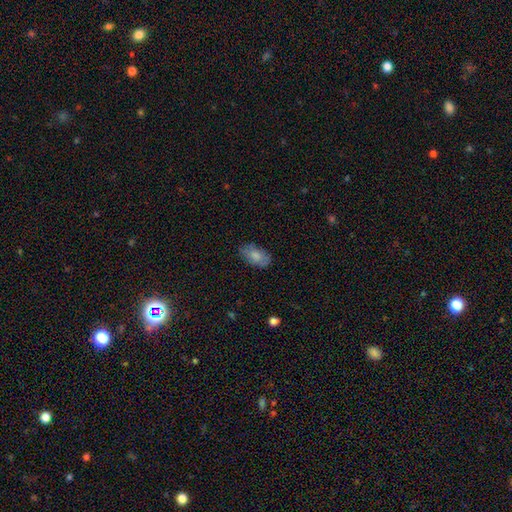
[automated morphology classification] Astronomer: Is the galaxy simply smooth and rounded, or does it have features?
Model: smooth — 79%.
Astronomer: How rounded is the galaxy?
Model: in between — 93%.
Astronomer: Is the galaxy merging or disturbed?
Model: none — 79%.